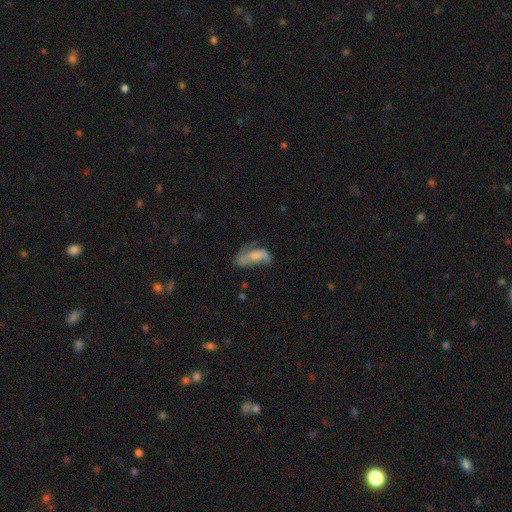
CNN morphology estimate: A featured or disk galaxy (47%). Merging: major disturbance (40%).